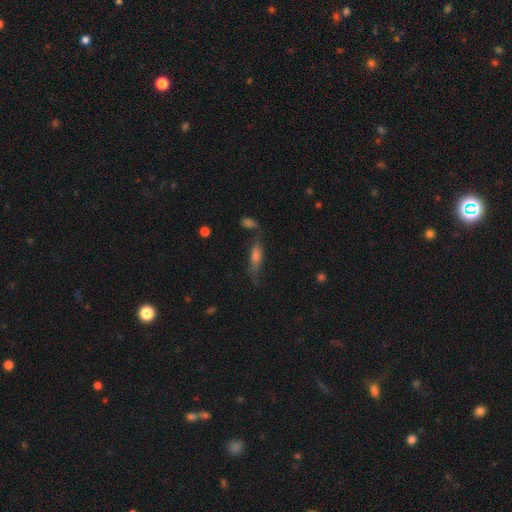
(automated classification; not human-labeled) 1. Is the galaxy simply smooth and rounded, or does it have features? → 46% featured or disk, 41% smooth, 14% star or artifact.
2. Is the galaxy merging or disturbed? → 57% none, 19% minor disturbance, 13% merger, 11% major disturbance.